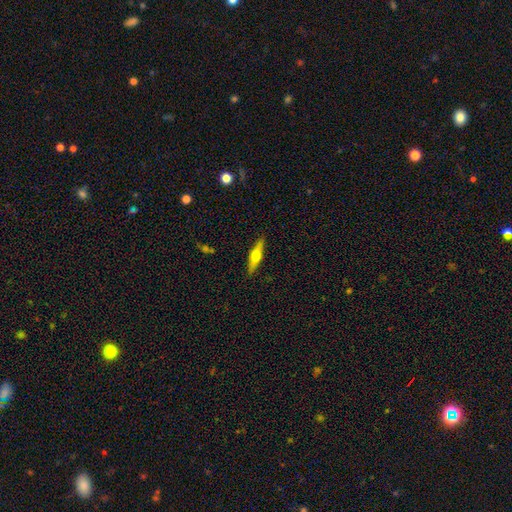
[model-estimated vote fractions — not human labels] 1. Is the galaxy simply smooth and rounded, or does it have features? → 62% featured or disk, 32% smooth, 6% star or artifact.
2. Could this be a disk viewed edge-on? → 96% yes, 4% no.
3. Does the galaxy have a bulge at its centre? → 94% rounded, 3% boxy, 2% none.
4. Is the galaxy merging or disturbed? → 89% none, 8% minor disturbance, 2% major disturbance, 1% merger.